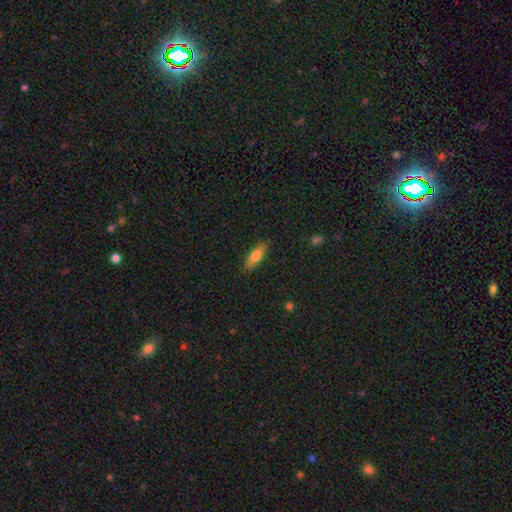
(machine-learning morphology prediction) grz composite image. It shows a smooth galaxy with no disk features (75%) that is in between round and cigar-shaped (56%). Merging: none (86%).